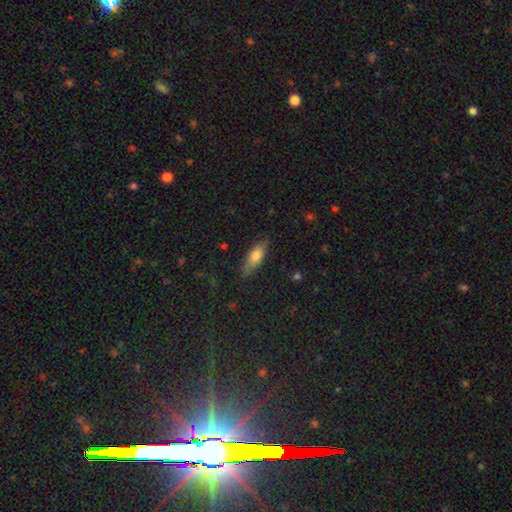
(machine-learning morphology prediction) A smooth galaxy with no disk features (72%) that is in between round and cigar-shaped (65%).

Vote fractions:
- Smooth or featured? smooth: 72% / featured or disk: 21% / star or artifact: 7%
- How rounded? in between: 65% / cigar-shaped: 32% / round: 3%
- Merging? none: 79% / minor disturbance: 17% / major disturbance: 3% / merger: 1%